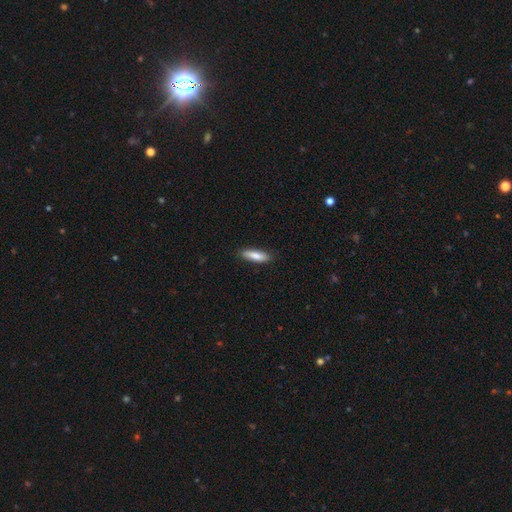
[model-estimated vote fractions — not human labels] Q: Smooth or featured?
A: smooth (82%); runner-up: featured or disk (12%)
Q: How rounded?
A: cigar-shaped (58%); runner-up: in between (40%)
Q: Merging?
A: none (86%); runner-up: minor disturbance (11%)